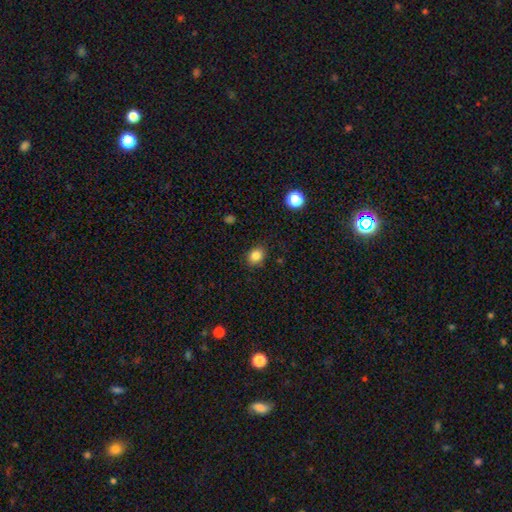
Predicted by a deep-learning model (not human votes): smooth-or-featured: smooth: 85% | star or artifact: 11% | featured or disk: 4%
  how-rounded: round: 61% | in between: 38% | cigar-shaped: 1%
  merging: none: 86% | minor disturbance: 10% | major disturbance: 3% | merger: 1%